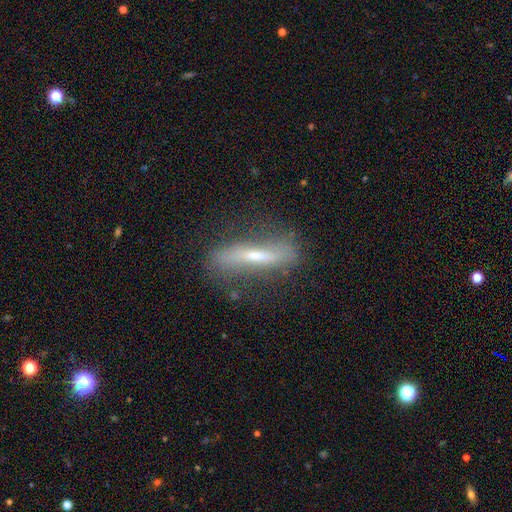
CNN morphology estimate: This appears to be a featured or disk galaxy (55%) viewed edge-on (59%). Merging: none (67%).